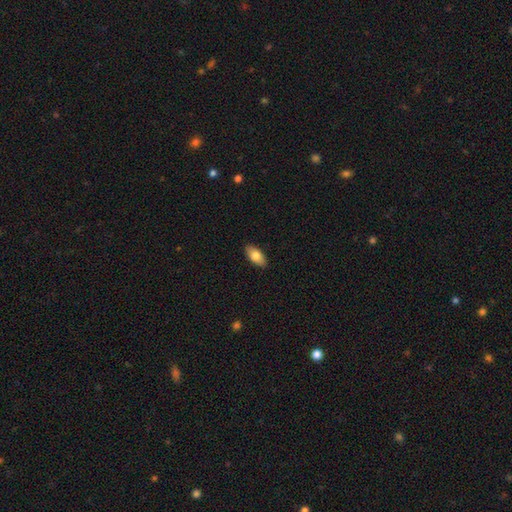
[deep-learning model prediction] smooth_or_featured: smooth (p=0.78) [alt: featured or disk p=0.16]
how_rounded: in between (p=0.91) [alt: cigar-shaped p=0.06]
merging: none (p=0.89) [alt: minor disturbance p=0.08]